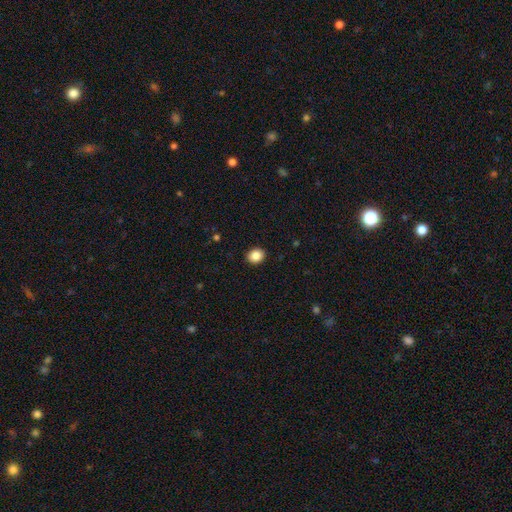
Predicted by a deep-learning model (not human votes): Smooth or featured: smooth — 87% (star or artifact — 9%)
How rounded: round — 63% (in between — 36%)
Merging: none — 92% (minor disturbance — 6%)